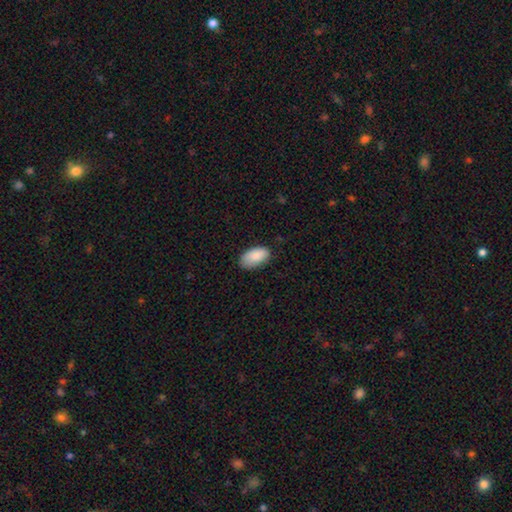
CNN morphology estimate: This appears to be a smooth galaxy with no disk features (88%) that is in between round and cigar-shaped (95%). Merging: none (77%).